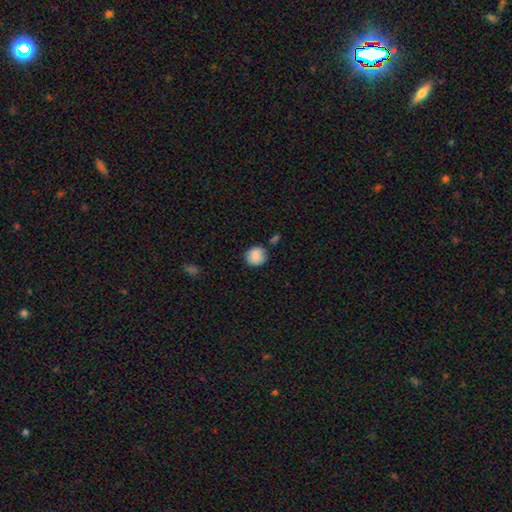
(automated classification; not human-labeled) Smooth or featured? Predicted: smooth (p=0.88). How rounded? Predicted: round (p=0.86). Merging? Predicted: none (p=0.77).